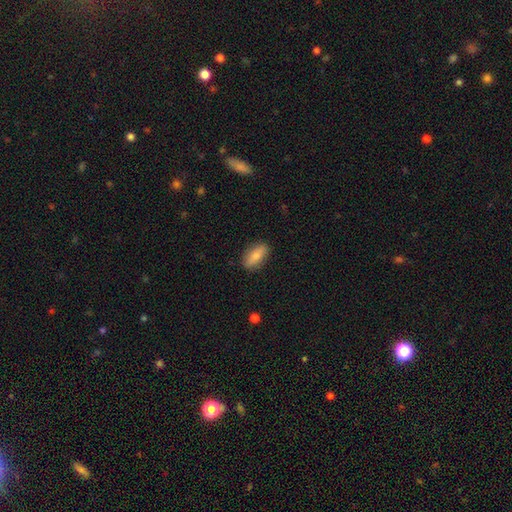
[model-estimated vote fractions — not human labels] smooth_or_featured: smooth (p=0.74) [alt: featured or disk p=0.20]
how_rounded: in between (p=0.80) [alt: cigar-shaped p=0.15]
merging: none (p=0.86) [alt: minor disturbance p=0.10]